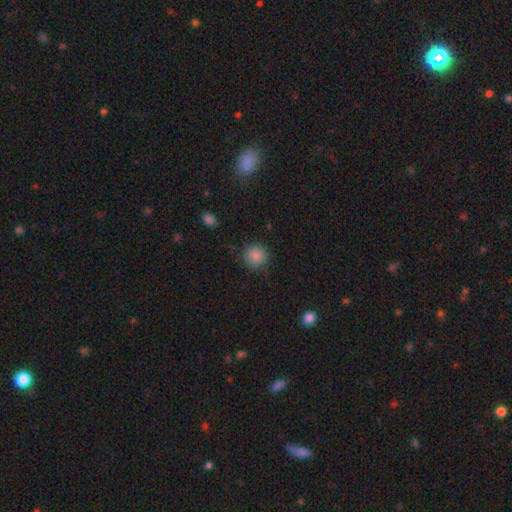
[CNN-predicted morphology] Smooth or featured? smooth (87%)
How rounded? round (92%)
Merging? none (87%)